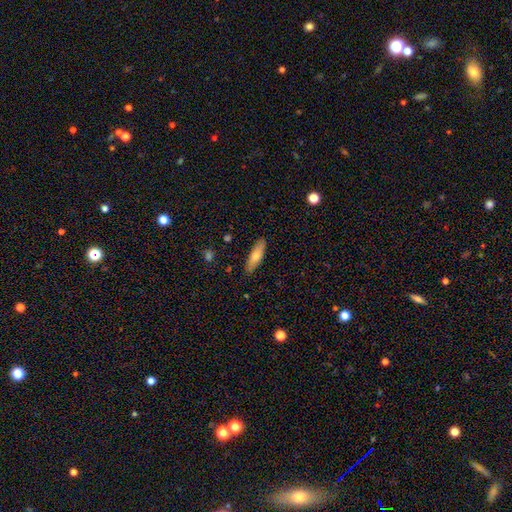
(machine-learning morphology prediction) type=smooth (65%); roundness=cigar-shaped (56%); merging=none (89%).